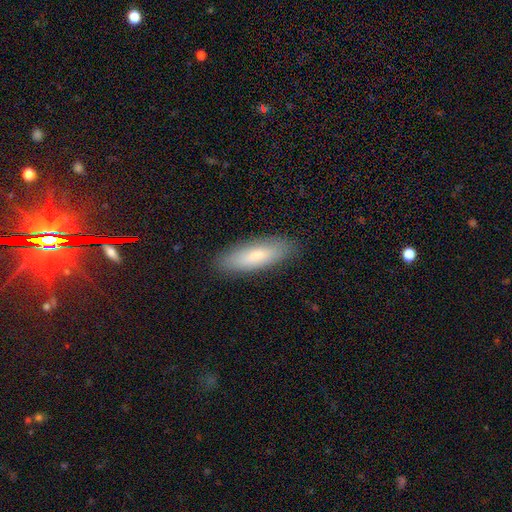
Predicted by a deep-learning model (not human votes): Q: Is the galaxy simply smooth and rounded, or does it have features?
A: smooth — 75%.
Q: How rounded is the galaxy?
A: in between — 54%.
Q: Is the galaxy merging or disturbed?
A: none — 88%.